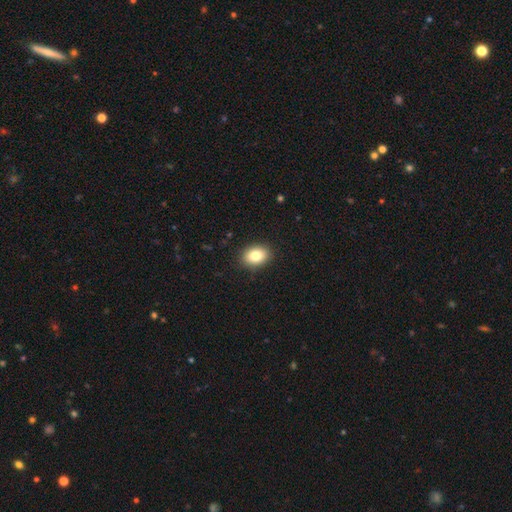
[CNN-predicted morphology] Q: Smooth or featured?
A: smooth (82%); runner-up: featured or disk (9%)
Q: How rounded?
A: in between (77%); runner-up: round (22%)
Q: Merging?
A: none (89%); runner-up: minor disturbance (8%)